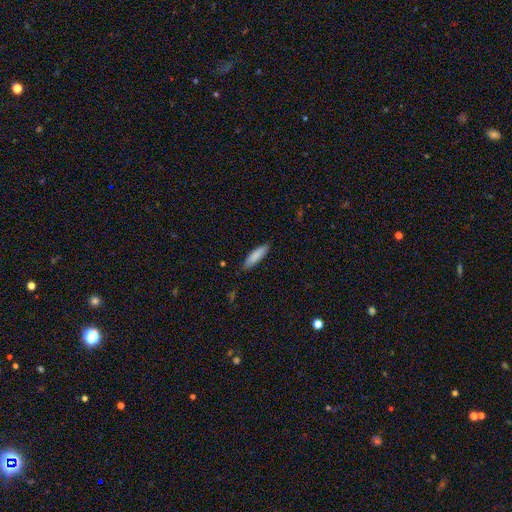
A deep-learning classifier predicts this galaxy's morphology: Smooth or featured? smooth (84%)
How rounded? cigar-shaped (67%)
Merging? none (85%)